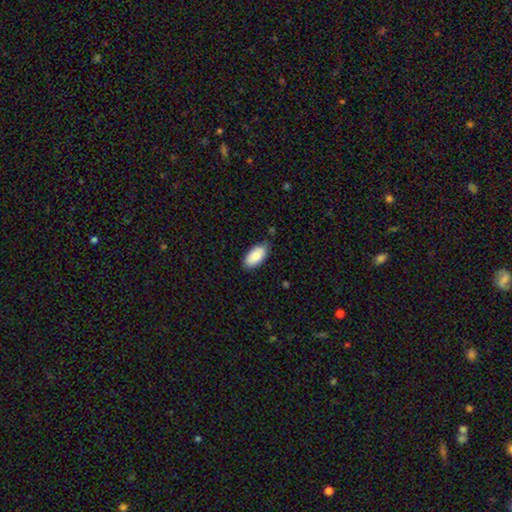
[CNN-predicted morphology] The model was most divided on "merging": none: 78%, minor disturbance: 18%, major disturbance: 3%, merger: 2%. More confident: how rounded — in between (95%); smooth or featured — smooth (85%).